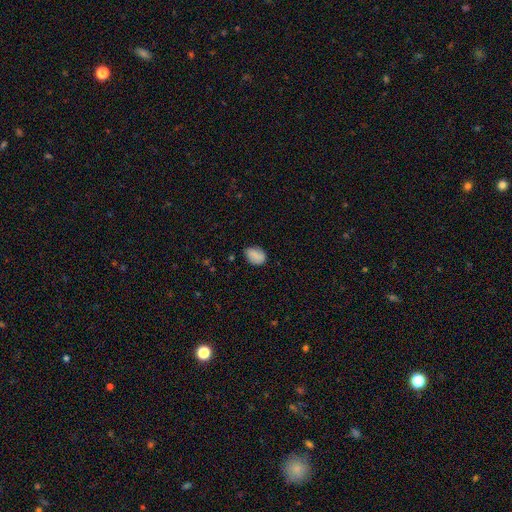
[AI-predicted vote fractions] Overall: smooth (82%). How rounded: in between (75%). Merging: none (74%).